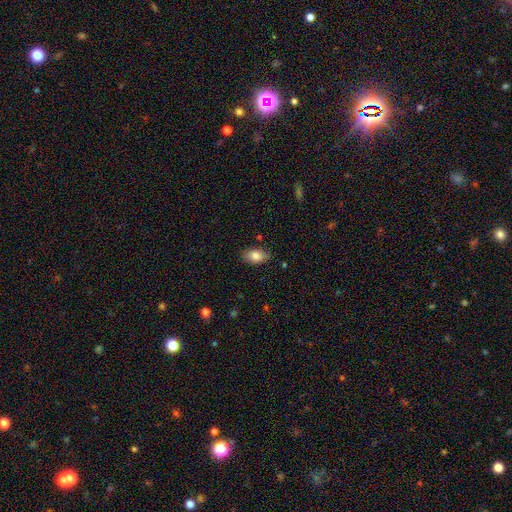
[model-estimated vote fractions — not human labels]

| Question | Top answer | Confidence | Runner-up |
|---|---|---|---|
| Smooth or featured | smooth | 83% | featured or disk (10%) |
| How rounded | in between | 90% | round (8%) |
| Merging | none | 83% | minor disturbance (14%) |